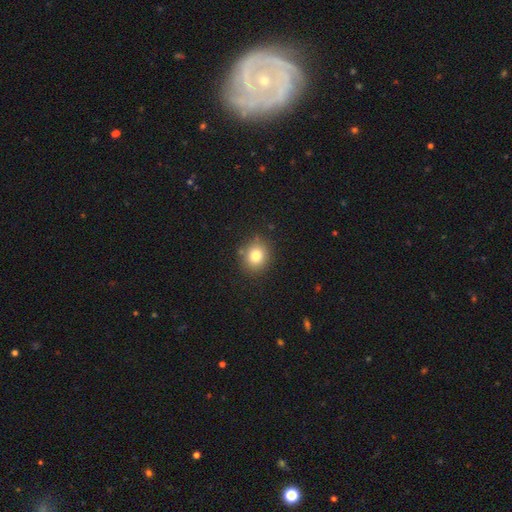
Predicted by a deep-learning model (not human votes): This is likely a smooth galaxy (79%). How rounded: likely round (77%). Merging: clearly none (85%).